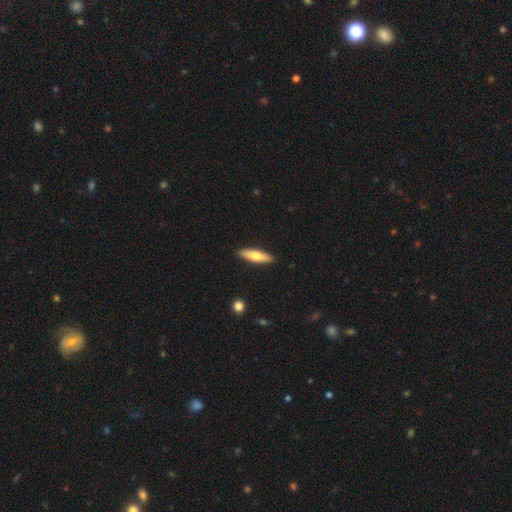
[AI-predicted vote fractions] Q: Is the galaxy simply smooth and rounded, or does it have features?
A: smooth — 68%.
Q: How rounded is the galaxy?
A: cigar-shaped — 66%.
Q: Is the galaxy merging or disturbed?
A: none — 90%.